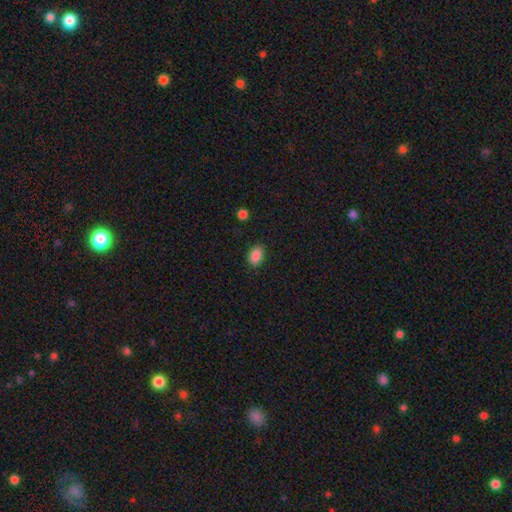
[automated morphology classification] The model was most divided on "how rounded": in between: 83%, round: 16%, cigar-shaped: 1%. More confident: smooth or featured — smooth (88%); merging — none (86%).